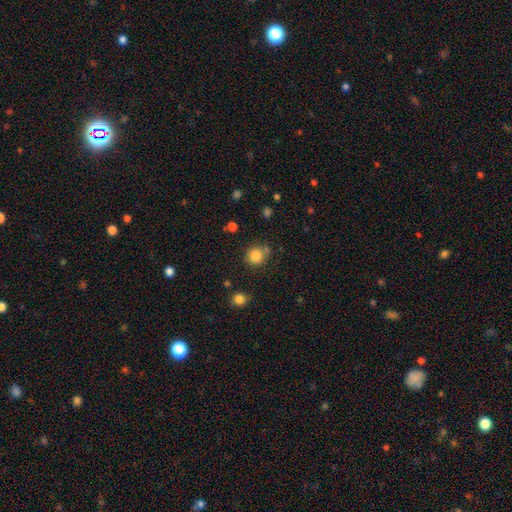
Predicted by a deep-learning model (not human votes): Smooth or featured: smooth — 83% (star or artifact — 11%)
How rounded: round — 89% (in between — 11%)
Merging: none — 74% (minor disturbance — 13%)